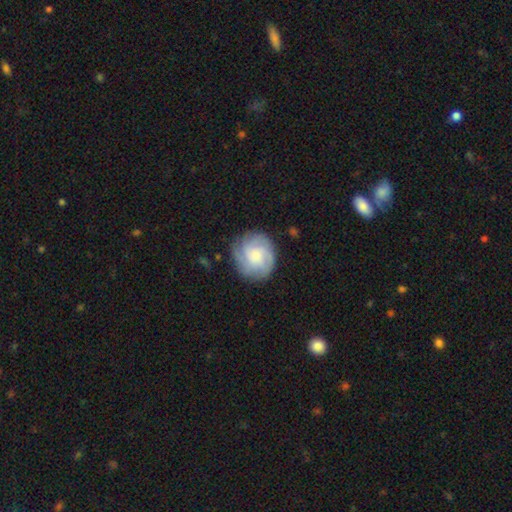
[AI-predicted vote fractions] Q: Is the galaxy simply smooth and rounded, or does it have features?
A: featured or disk — 50%.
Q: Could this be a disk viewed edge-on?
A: no — 98%.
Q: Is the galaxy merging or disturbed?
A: none — 73%.